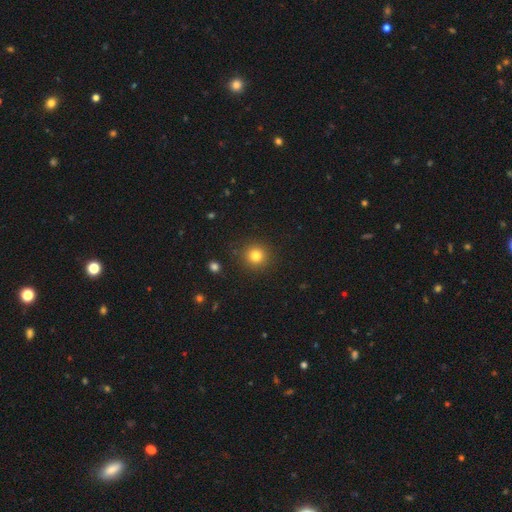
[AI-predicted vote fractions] The model was most divided on "smooth or featured": smooth: 81%, star or artifact: 13%, featured or disk: 6%. More confident: how rounded — round (93%); merging — none (89%).